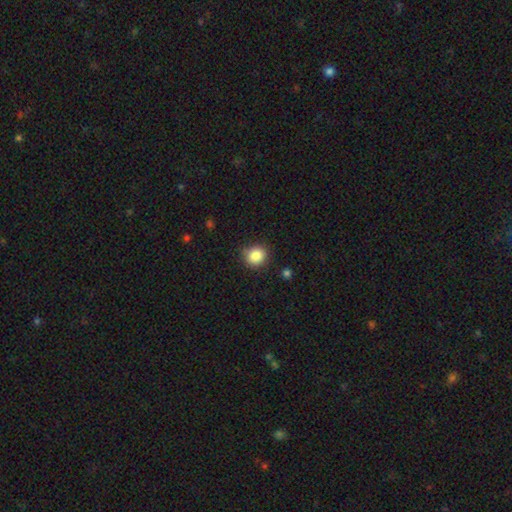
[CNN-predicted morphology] smooth 86%, star or artifact 10%, featured or disk 4%. Down the decision tree: how rounded — round (82%); merging — none (84%).